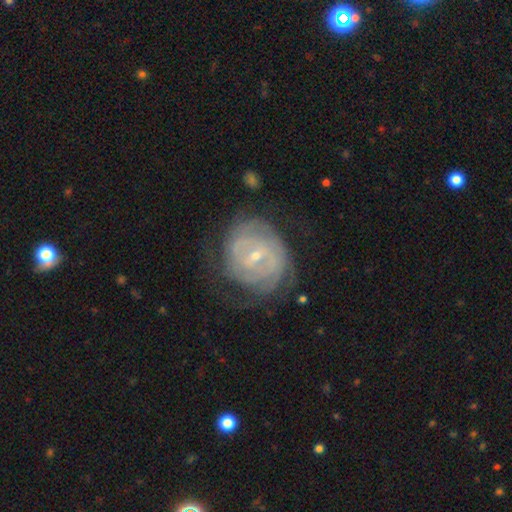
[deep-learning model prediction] A featured or disk galaxy (81%) with a weak bar (50%), tight (72%) spiral arms (90%) and a small central bulge (72%). Merging: none (67%).